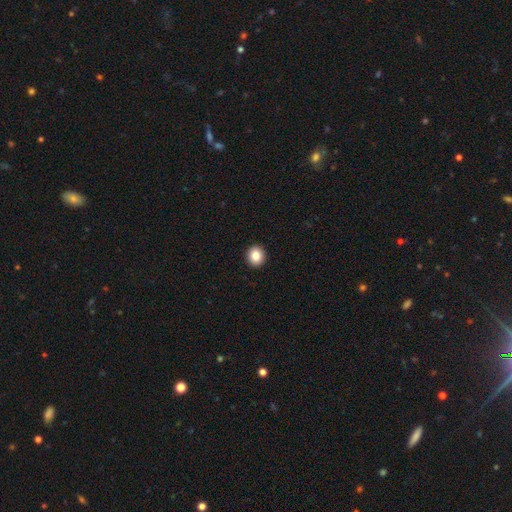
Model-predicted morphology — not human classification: A smooth galaxy with no disk features (86%) that is round (85%).

Vote fractions:
- Smooth or featured? smooth: 86% / star or artifact: 9% / featured or disk: 5%
- How rounded? round: 85% / in between: 14% / cigar-shaped: 1%
- Merging? none: 93% / minor disturbance: 4% / major disturbance: 1% / merger: 1%